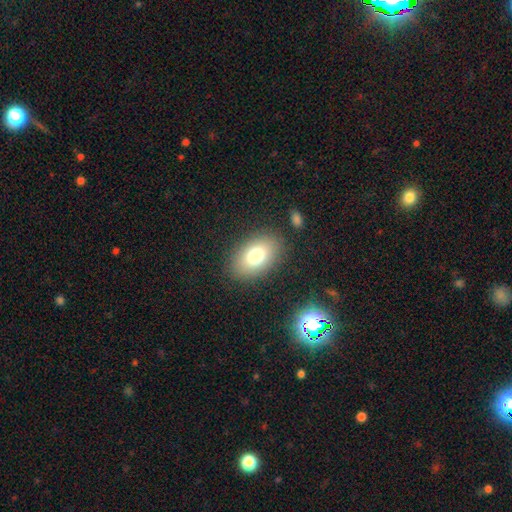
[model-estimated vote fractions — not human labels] Morphology: type=smooth (76%); roundness=in between (88%); merging=none (85%).